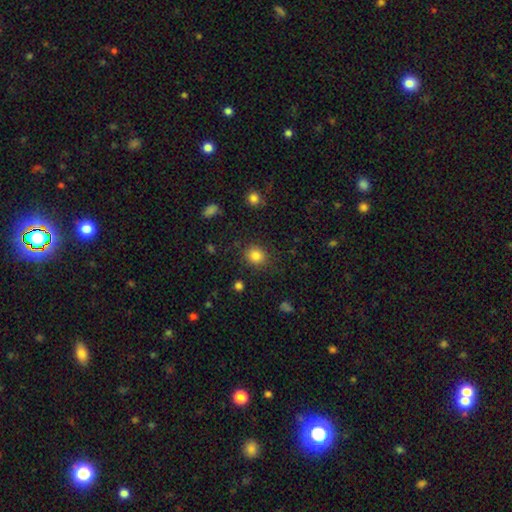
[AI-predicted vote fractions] A smooth galaxy with no disk features (83%) that is round (80%).

Vote fractions:
- Smooth or featured? smooth: 83% / star or artifact: 11% / featured or disk: 5%
- How rounded? round: 80% / in between: 19% / cigar-shaped: 1%
- Merging? none: 87% / minor disturbance: 8% / major disturbance: 3% / merger: 2%